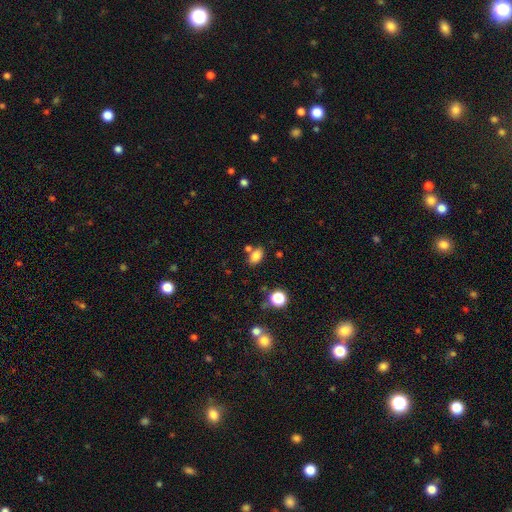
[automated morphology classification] Smooth or featured?
  - smooth: 82% *
  - star or artifact: 12%
  - featured or disk: 7%
How rounded?
  - in between: 84% *
  - round: 14%
  - cigar-shaped: 2%
Merging?
  - none: 68% *
  - merger: 15%
  - minor disturbance: 13%
  - major disturbance: 4%